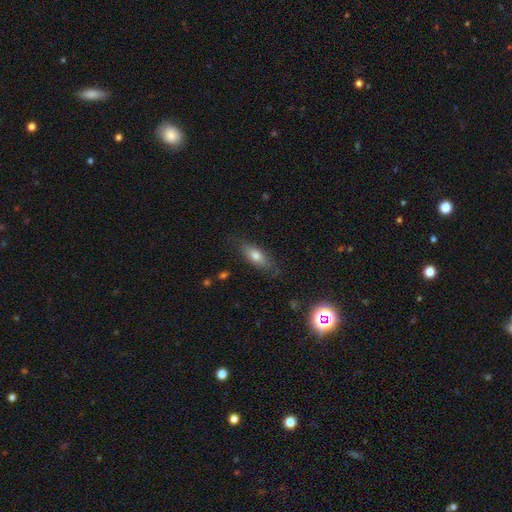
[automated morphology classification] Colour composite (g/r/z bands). It shows a smooth galaxy with no disk features (71%) that is in between round and cigar-shaped (69%). Merging: none (76%).